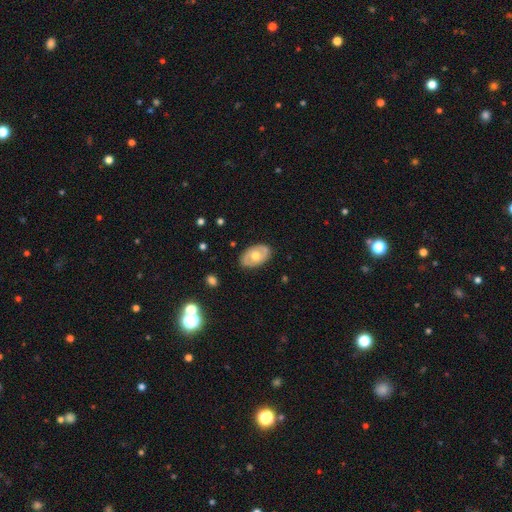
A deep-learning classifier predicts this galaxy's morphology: The model was most divided on "smooth or featured": featured or disk: 51%, smooth: 43%, star or artifact: 6%. More confident: edge-on disk — no (91%); merging — none (83%).